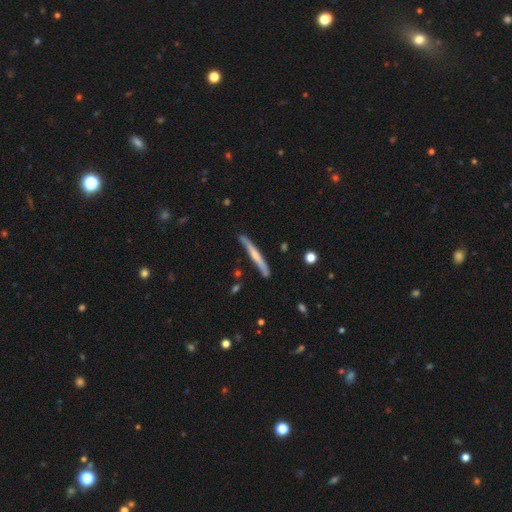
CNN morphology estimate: Q: Smooth or featured?
A: featured or disk (57%); runner-up: smooth (38%)
Q: Edge-on disk?
A: yes (97%); runner-up: no (3%)
Q: Edge-on bulge?
A: rounded (54%); runner-up: none (37%)
Q: Merging?
A: none (85%); runner-up: minor disturbance (11%)